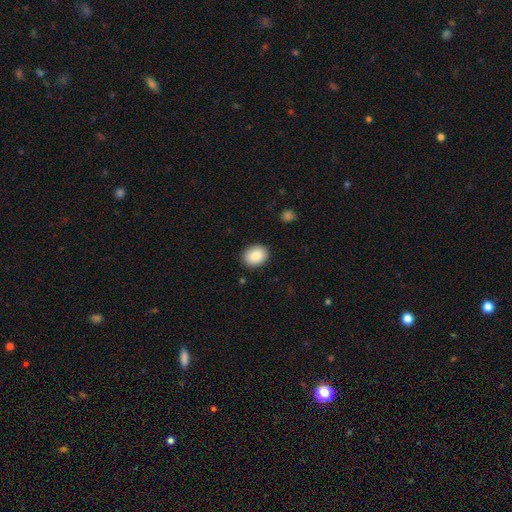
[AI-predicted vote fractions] The model was most divided on "how rounded": in between: 58%, round: 41%, cigar-shaped: 1%. More confident: merging — none (88%); smooth or featured — smooth (87%).